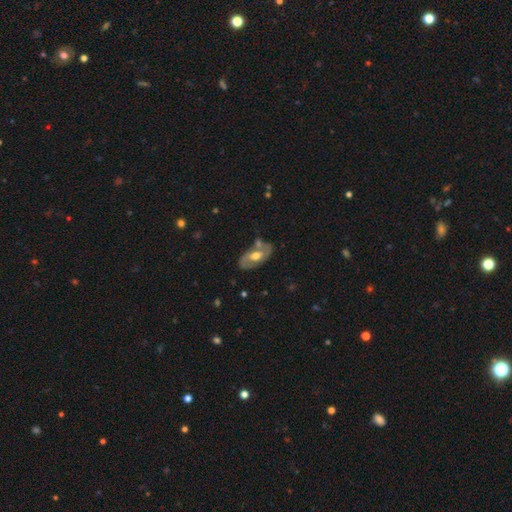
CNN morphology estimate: Smooth or featured?
  - featured or disk: 63% *
  - smooth: 31%
  - star or artifact: 6%
Edge-on disk?
  - no: 89% *
  - yes: 11%
Bar?
  - no: 48% *
  - weak: 37%
  - strong: 15%
Spiral arms?
  - yes: 63% *
  - no: 37%
Bulge size?
  - moderate: 75% *
  - large: 12%
  - small: 11%
  - none: 1%
  - dominant: 1%
Merging?
  - none: 66% *
  - minor disturbance: 17%
  - merger: 11%
  - major disturbance: 6%